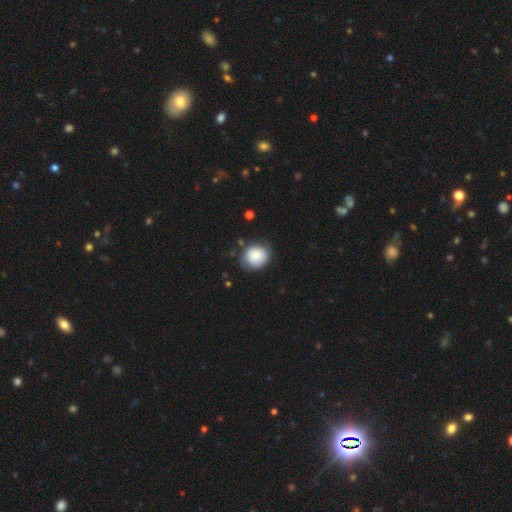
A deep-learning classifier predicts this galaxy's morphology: This is clearly a smooth galaxy (82%). How rounded: likely round (77%). Merging: likely none (73%).